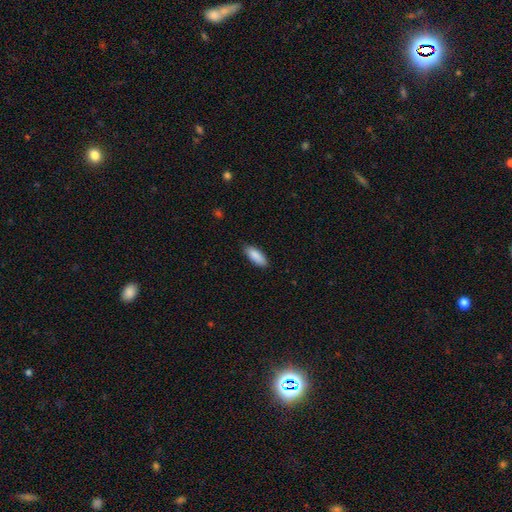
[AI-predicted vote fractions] Smooth or featured?
  - smooth: 89% *
  - star or artifact: 6%
  - featured or disk: 5%
How rounded?
  - in between: 76% *
  - cigar-shaped: 23%
  - round: 2%
Merging?
  - none: 84% *
  - minor disturbance: 12%
  - major disturbance: 2%
  - merger: 1%